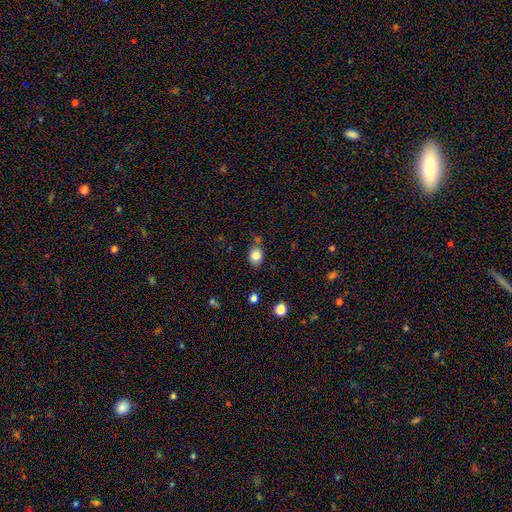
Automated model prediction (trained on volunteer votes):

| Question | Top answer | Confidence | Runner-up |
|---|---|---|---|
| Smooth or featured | smooth | 83% | star or artifact (10%) |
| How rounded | round | 53% | in between (46%) |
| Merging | none | 75% | minor disturbance (15%) |